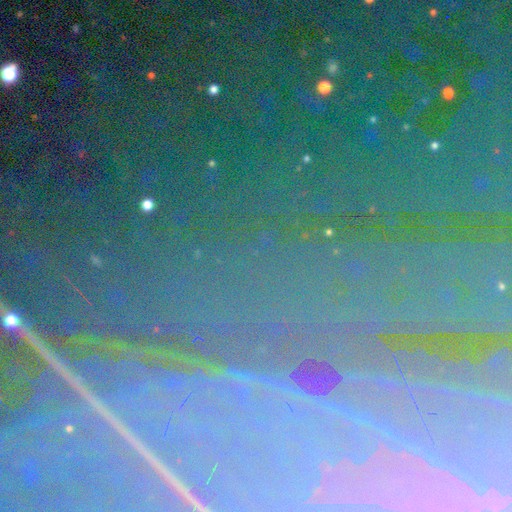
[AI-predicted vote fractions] Smooth or featured: star or artifact — 81% (featured or disk — 10%)